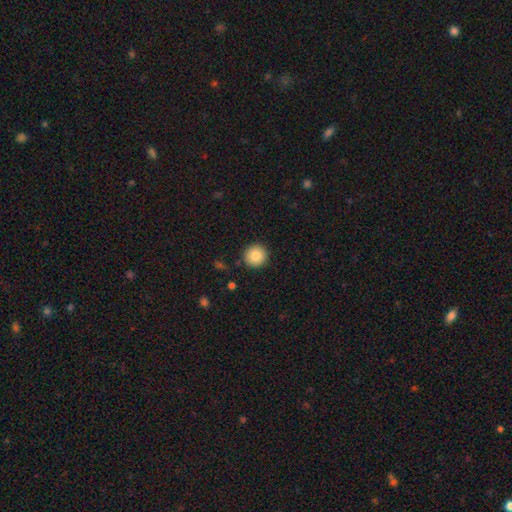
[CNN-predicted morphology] smooth_or_featured: smooth (p=0.86) [alt: star or artifact p=0.09]
how_rounded: round (p=0.95) [alt: in between p=0.04]
merging: none (p=0.90) [alt: minor disturbance p=0.06]